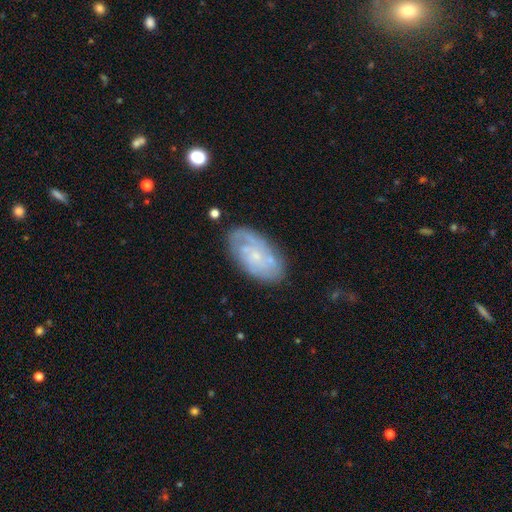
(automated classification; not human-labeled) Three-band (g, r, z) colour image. It shows a featured or disk galaxy (68%) with no bar (74%), tight (54%) spiral arms (83%) and a small central bulge (77%). Merging: none (73%).